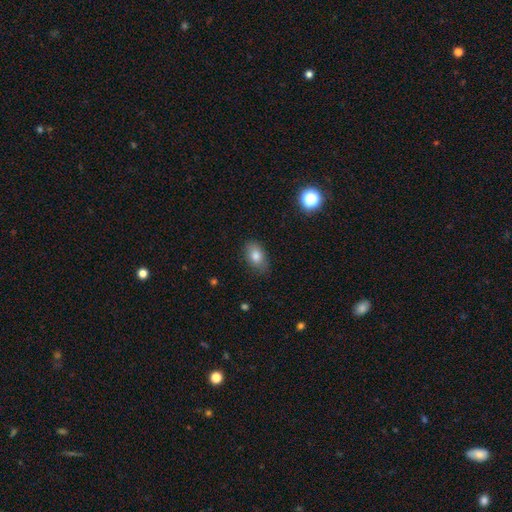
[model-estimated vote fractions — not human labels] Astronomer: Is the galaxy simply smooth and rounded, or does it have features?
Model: smooth — 81%.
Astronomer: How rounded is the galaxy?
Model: in between — 87%.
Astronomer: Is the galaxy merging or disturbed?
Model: none — 81%.